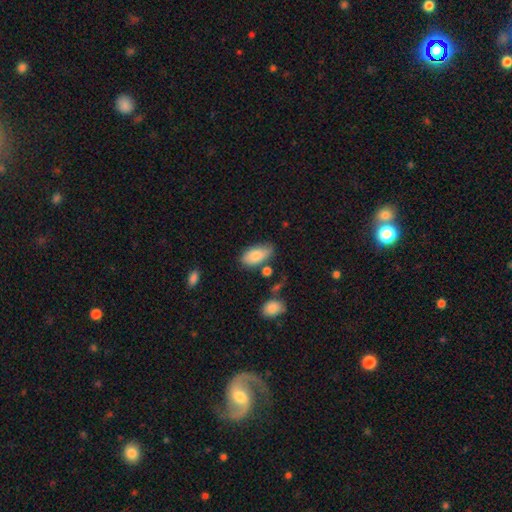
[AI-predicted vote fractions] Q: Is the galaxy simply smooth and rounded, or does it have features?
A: smooth — 84%.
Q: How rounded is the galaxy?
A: in between — 93%.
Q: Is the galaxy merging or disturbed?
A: none — 63%.